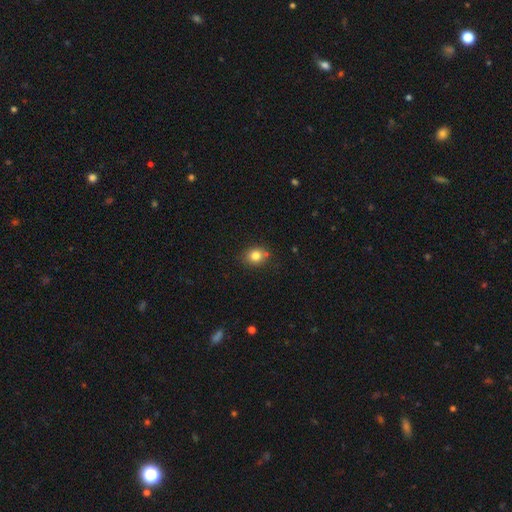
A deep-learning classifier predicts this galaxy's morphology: Overall: smooth (82%). How rounded: round (65%; in between 34%). Merging: none (76%).